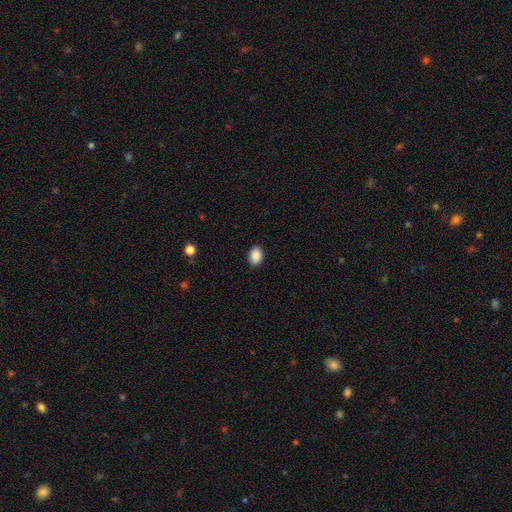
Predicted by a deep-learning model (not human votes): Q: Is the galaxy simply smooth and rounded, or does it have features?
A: smooth — 89%.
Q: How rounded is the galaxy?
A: in between — 73%.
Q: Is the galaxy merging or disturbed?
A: none — 88%.